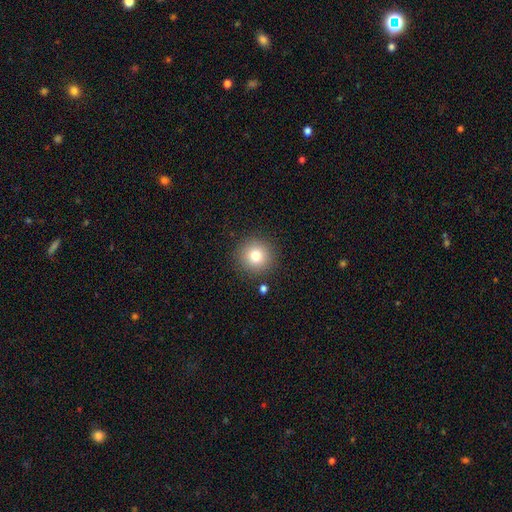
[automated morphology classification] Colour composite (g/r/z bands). It shows a smooth galaxy with no disk features (80%) that is round (93%). Merging: none (88%).